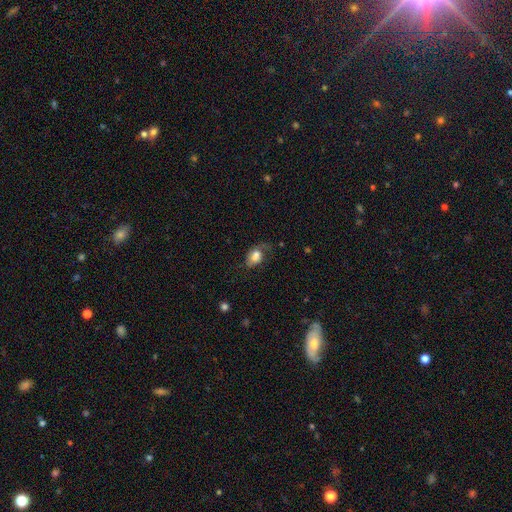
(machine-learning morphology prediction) smooth 66%, featured or disk 25%, star or artifact 9%. Down the decision tree: how rounded — in between (78%); merging — none (38%).